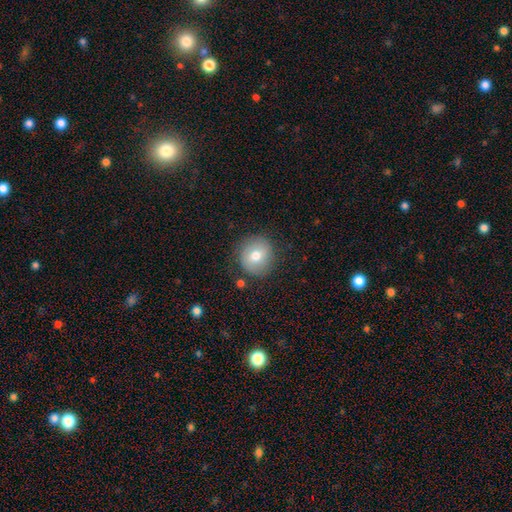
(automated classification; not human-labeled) This appears to be a smooth galaxy with no disk features (70%) that is round (90%). Merging: none (83%).